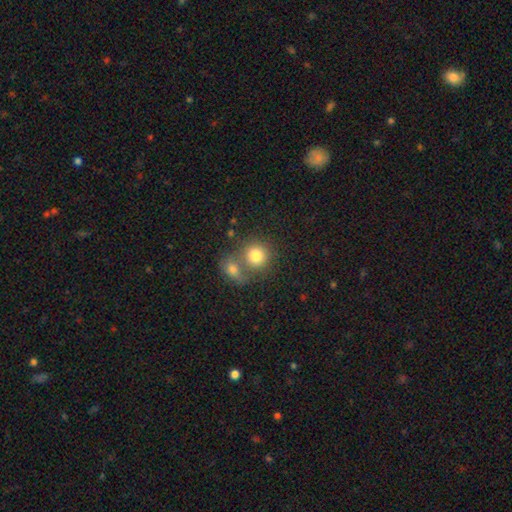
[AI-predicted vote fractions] Smooth or featured? smooth (80%)
How rounded? round (83%)
Merging? merger (47%)